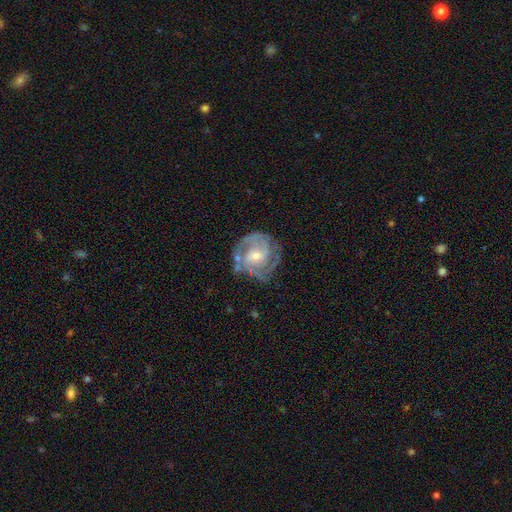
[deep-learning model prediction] featured or disk 88%, smooth 7%, star or artifact 5%. Down the decision tree: edge-on disk — no (98%); bar — no (59%); spiral arms — yes (97%); spiral arm count — 2 (41%); spiral winding — tight (55%); bulge size — small (59%); merging — none (69%).